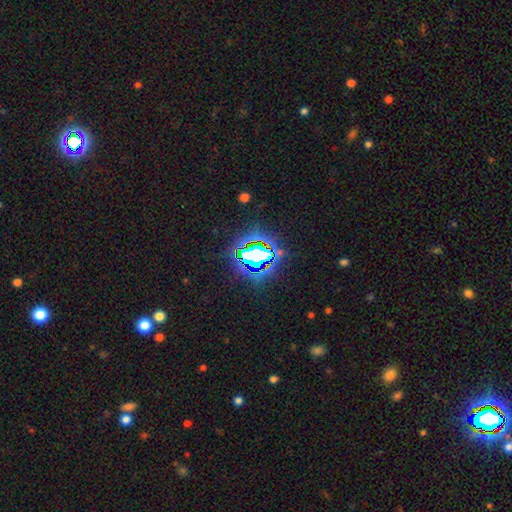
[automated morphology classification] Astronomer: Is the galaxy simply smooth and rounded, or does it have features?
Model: star or artifact — 73%.